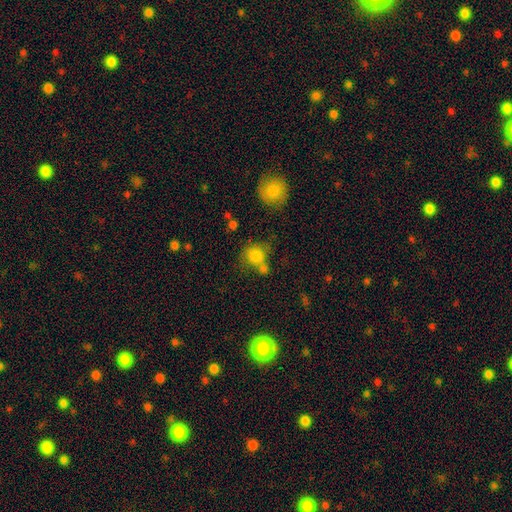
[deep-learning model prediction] smooth-or-featured: smooth: 80% | star or artifact: 11% | featured or disk: 9%
  how-rounded: round: 74% | in between: 25% | cigar-shaped: 1%
  merging: none: 45% | merger: 31% | minor disturbance: 16% | major disturbance: 9%